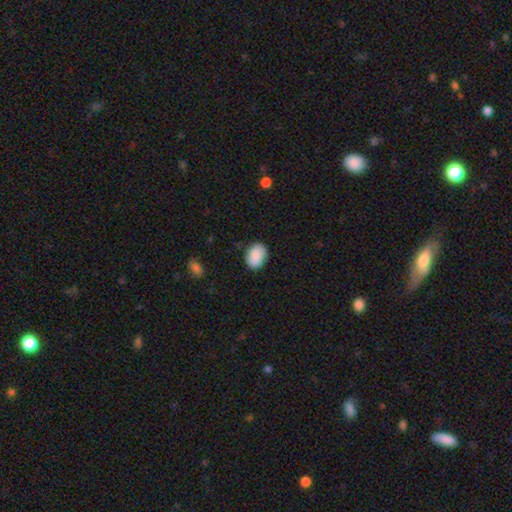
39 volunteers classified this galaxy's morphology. This appears to be a smooth galaxy with no disk features (87%) that is in between round and cigar-shaped (71%). Merging: none (83%).